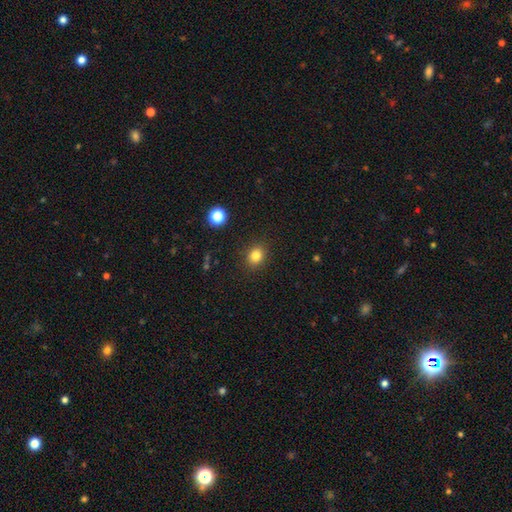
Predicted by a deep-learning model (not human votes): smooth_or_featured: smooth (p=0.82) [alt: star or artifact p=0.12]
how_rounded: round (p=0.63) [alt: in between p=0.36]
merging: none (p=0.89) [alt: minor disturbance p=0.08]